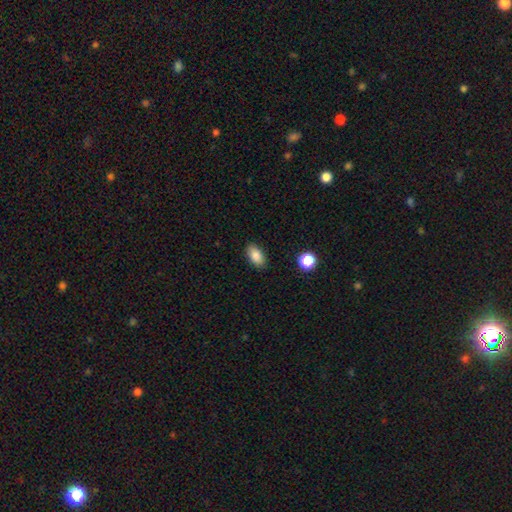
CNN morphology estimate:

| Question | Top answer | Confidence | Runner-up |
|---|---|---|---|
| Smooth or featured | smooth | 86% | star or artifact (8%) |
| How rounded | in between | 92% | round (6%) |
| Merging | none | 87% | minor disturbance (9%) |